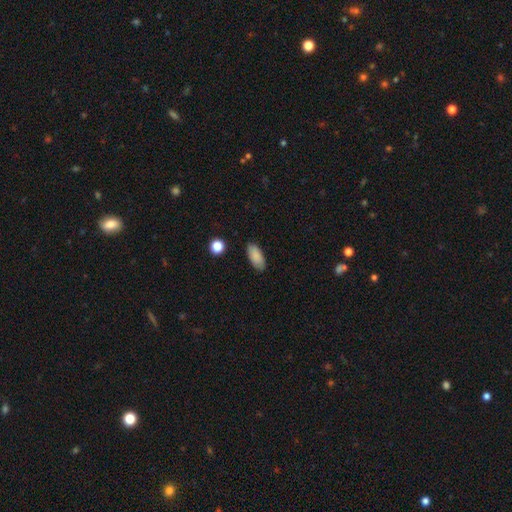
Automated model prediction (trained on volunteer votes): smooth_or_featured: smooth (p=0.88) [alt: star or artifact p=0.07]
how_rounded: in between (p=0.88) [alt: cigar-shaped p=0.10]
merging: none (p=0.87) [alt: minor disturbance p=0.10]